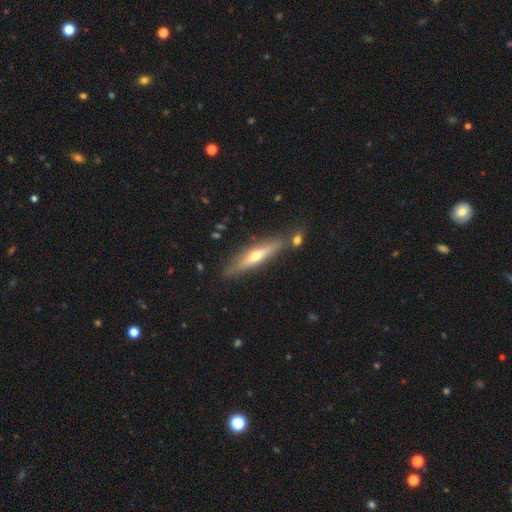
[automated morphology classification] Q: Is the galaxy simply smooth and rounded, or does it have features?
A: featured or disk — 59%.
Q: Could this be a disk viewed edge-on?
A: yes — 91%.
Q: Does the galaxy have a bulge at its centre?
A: rounded — 87%.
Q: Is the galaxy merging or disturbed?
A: none — 80%.